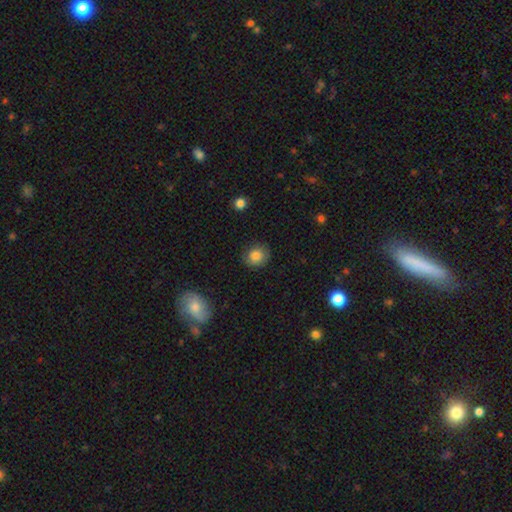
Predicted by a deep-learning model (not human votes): smooth-or-featured: smooth: 82% | star or artifact: 10% | featured or disk: 8%
  how-rounded: round: 80% | in between: 19% | cigar-shaped: 1%
  merging: none: 83% | minor disturbance: 13% | major disturbance: 3% | merger: 1%